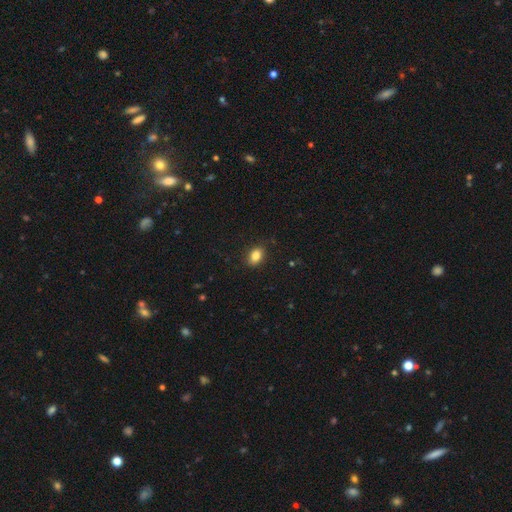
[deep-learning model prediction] This is clearly a smooth galaxy (86%). How rounded: clearly in between (82%). Merging: clearly none (84%).